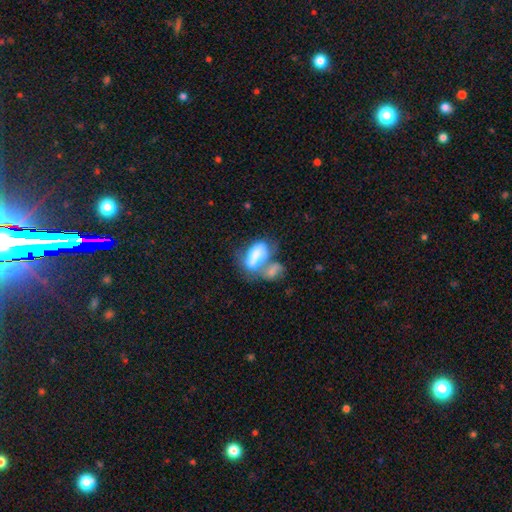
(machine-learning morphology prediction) Smooth or featured: smooth — 63% (featured or disk — 28%)
How rounded: in between — 89% (cigar-shaped — 6%)
Merging: merger — 63% (major disturbance — 15%)